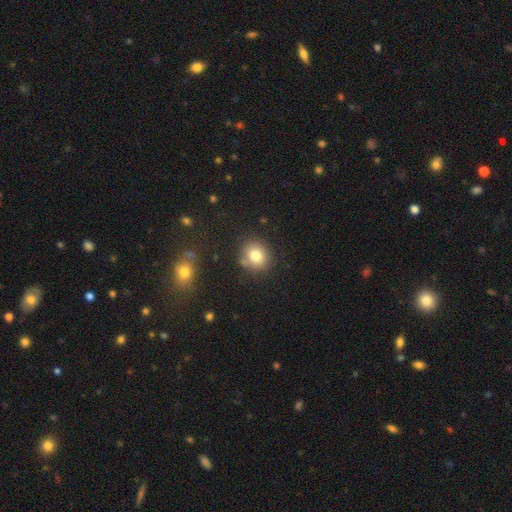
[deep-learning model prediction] A smooth galaxy with no disk features (79%) that is round (80%).

Vote fractions:
- Smooth or featured? smooth: 79% / star or artifact: 11% / featured or disk: 9%
- How rounded? round: 80% / in between: 19% / cigar-shaped: 1%
- Merging? none: 79% / minor disturbance: 11% / merger: 7% / major disturbance: 3%